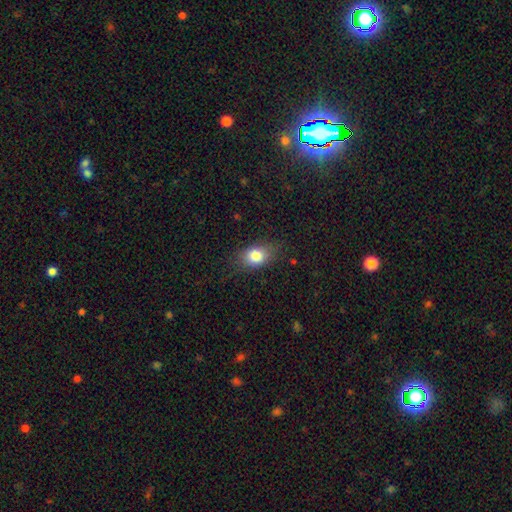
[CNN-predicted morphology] smooth-or-featured: smooth: 81% | star or artifact: 10% | featured or disk: 9%
  how-rounded: in between: 69% | round: 29% | cigar-shaped: 2%
  merging: none: 78% | minor disturbance: 16% | major disturbance: 5% | merger: 1%